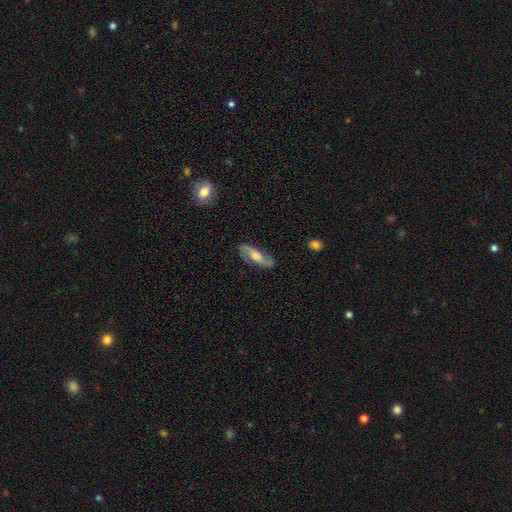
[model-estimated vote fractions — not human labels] Morphology: type=featured or disk (64%); edge-on=no (83%); bar=no (48%); spiral arms=yes (91%); bulge=moderate (45%); merging=none (81%).